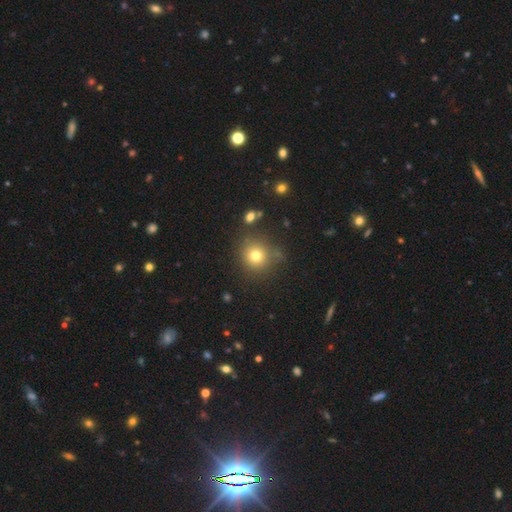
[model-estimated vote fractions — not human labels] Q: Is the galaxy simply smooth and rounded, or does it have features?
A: smooth — 75%.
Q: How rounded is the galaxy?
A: round — 90%.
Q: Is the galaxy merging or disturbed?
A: none — 80%.